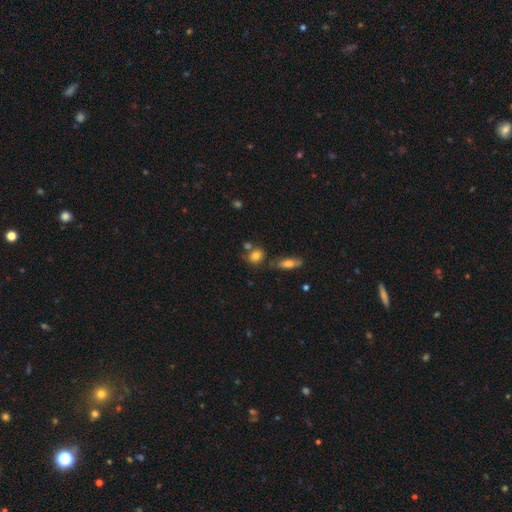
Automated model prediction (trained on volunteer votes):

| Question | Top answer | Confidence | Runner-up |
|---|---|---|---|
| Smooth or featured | smooth | 80% | star or artifact (10%) |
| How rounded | round | 52% | in between (45%) |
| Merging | none | 59% | merger (19%) |